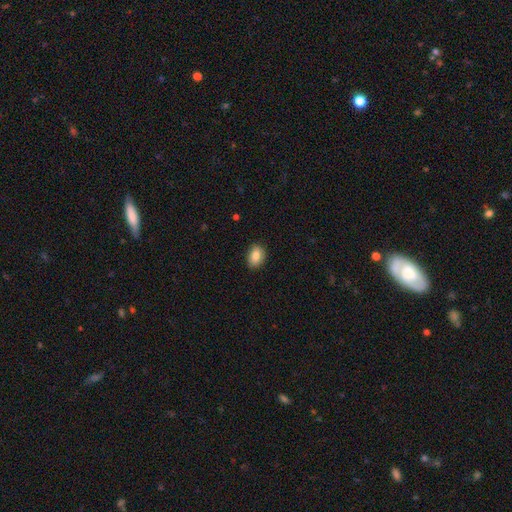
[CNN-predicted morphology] Smooth or featured? Predicted: smooth (p=0.85). How rounded? Predicted: in between (p=0.79). Merging? Predicted: none (p=0.87).